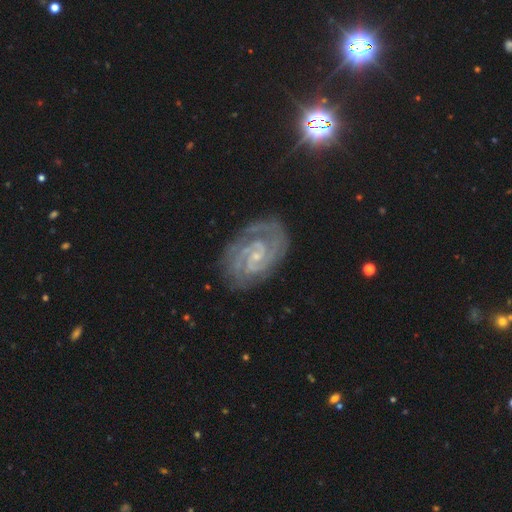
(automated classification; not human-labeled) The model was most divided on "bar": weak: 44%, no: 42%, strong: 14%. More confident: spiral arms — yes (98%); edge-on disk — no (98%); smooth or featured — featured or disk (91%); bulge size — small (79%); merging — none (79%); spiral arm count — 2 (75%); spiral winding — tight (66%).